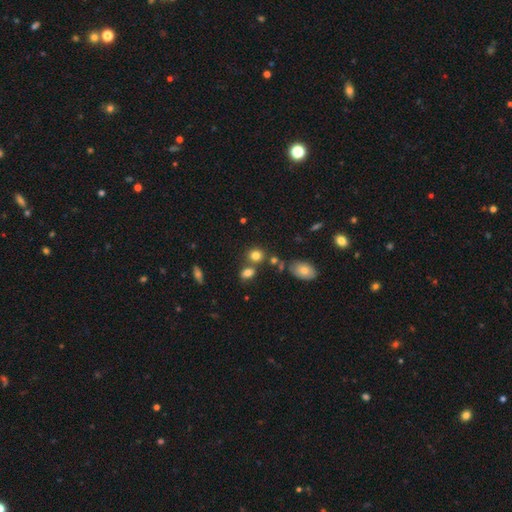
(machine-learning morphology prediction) Smooth or featured? Predicted: smooth (p=0.79). How rounded? Predicted: round (p=0.73). Merging? Predicted: none (p=0.62).